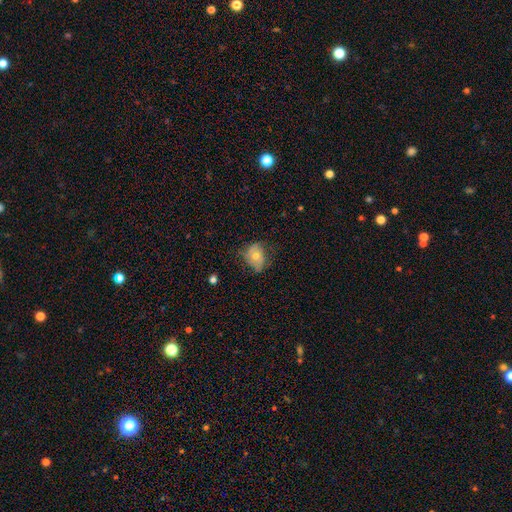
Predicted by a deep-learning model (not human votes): A featured or disk galaxy (49%). Merging: none (52%).